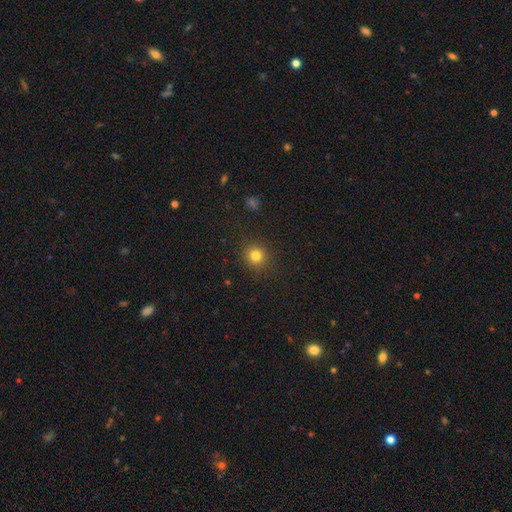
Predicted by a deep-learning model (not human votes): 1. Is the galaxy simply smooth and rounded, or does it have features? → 81% smooth, 14% star or artifact, 5% featured or disk.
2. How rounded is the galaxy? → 92% round, 7% in between, 1% cigar-shaped.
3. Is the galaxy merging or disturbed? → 90% none, 6% minor disturbance, 3% major disturbance, 1% merger.